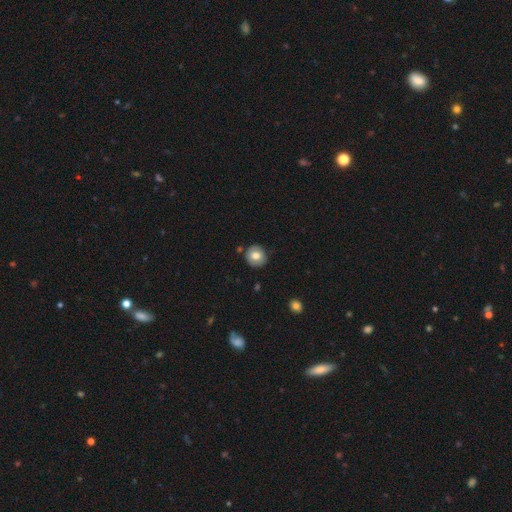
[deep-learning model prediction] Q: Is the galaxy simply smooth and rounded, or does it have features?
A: smooth — 73%.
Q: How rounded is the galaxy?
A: round — 88%.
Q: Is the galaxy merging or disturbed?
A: none — 85%.